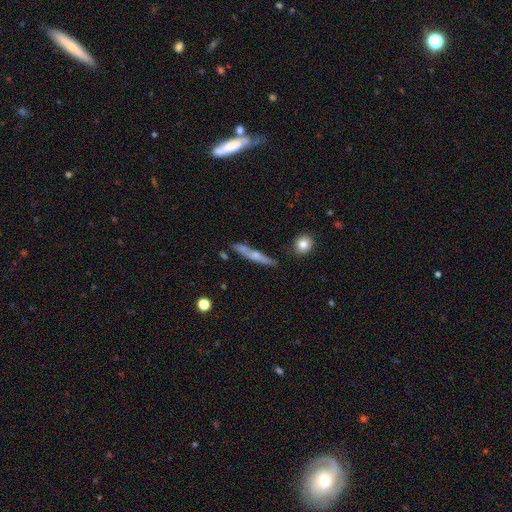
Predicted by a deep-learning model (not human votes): This is possibly a smooth galaxy (48%). Merging: likely none (74%).